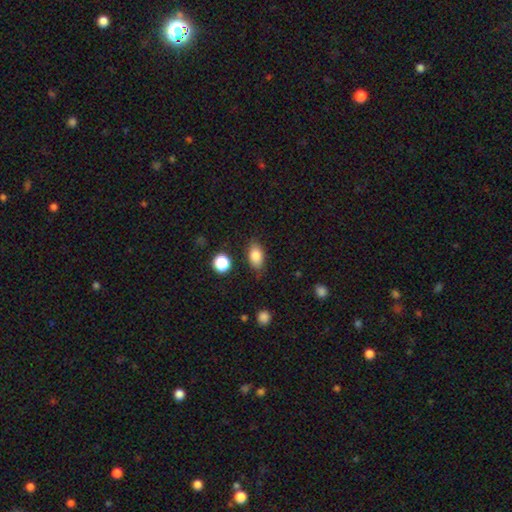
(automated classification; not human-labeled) A smooth galaxy with no disk features (83%) that is in between round and cigar-shaped (86%). Merging: none (81%).